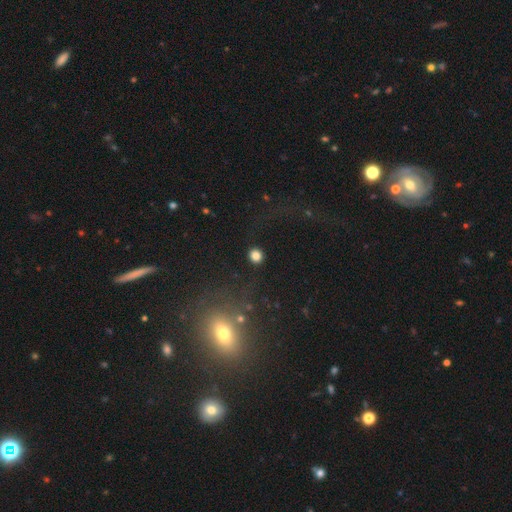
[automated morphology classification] smooth-or-featured: smooth: 83% | star or artifact: 12% | featured or disk: 5%
  how-rounded: round: 87% | in between: 12% | cigar-shaped: 1%
  merging: none: 89% | minor disturbance: 6% | major disturbance: 3% | merger: 2%